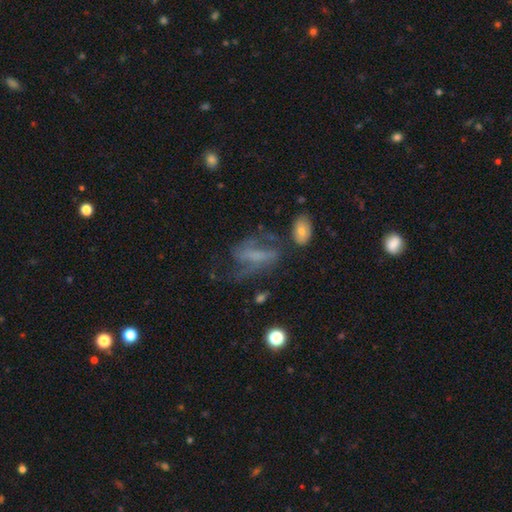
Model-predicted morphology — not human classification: type=featured or disk (62%); edge-on=no (91%); bar=strong (36%); spiral arms=yes (68%); bulge=none (47%); merging=none (40%).